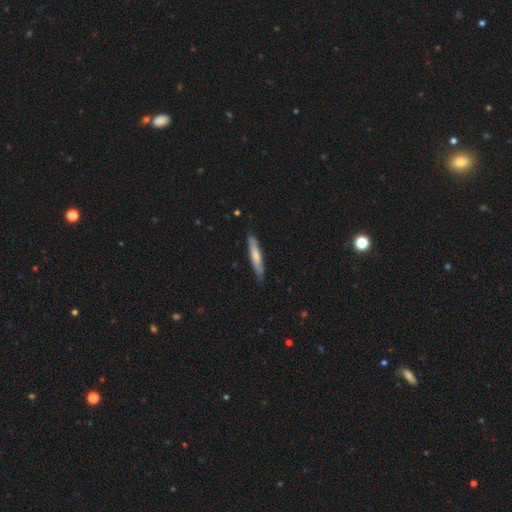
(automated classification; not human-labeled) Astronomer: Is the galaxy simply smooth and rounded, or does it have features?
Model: smooth — 56% (runner-up: featured or disk, 39%).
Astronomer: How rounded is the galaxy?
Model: cigar-shaped — 90%.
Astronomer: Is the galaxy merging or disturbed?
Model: none — 78%.